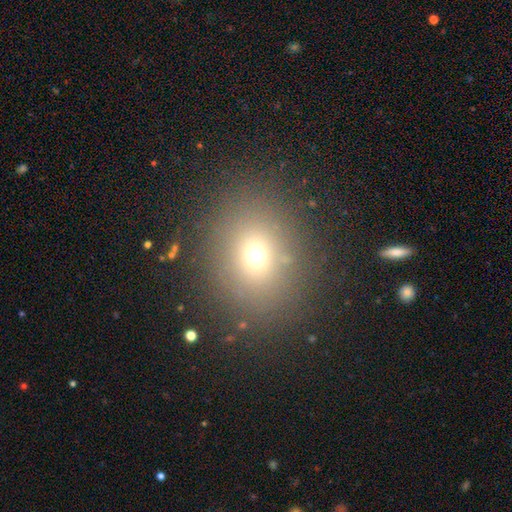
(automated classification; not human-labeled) Overall: smooth (67%). How rounded: round (62%; in between 37%). Merging: none (85%).